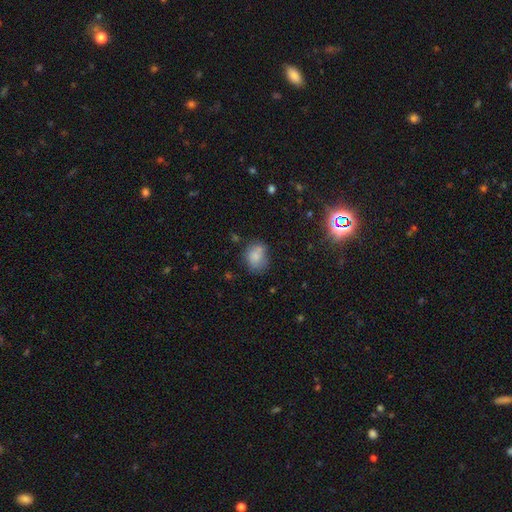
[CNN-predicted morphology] Smooth or featured? Predicted: smooth (p=0.78). How rounded? Predicted: in between (p=0.52). Merging? Predicted: none (p=0.55).